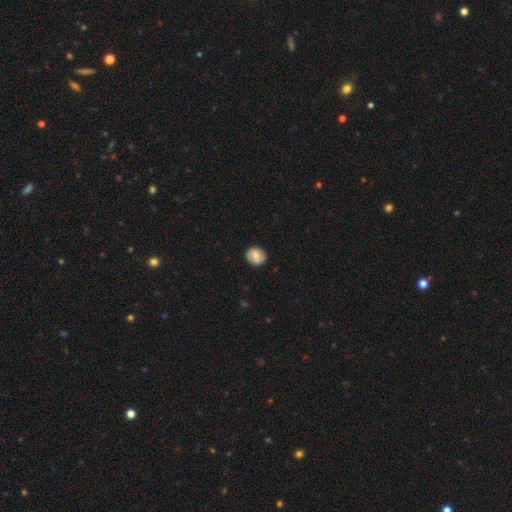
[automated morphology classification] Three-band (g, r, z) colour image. It shows a smooth galaxy with no disk features (48%). Merging: none (86%).